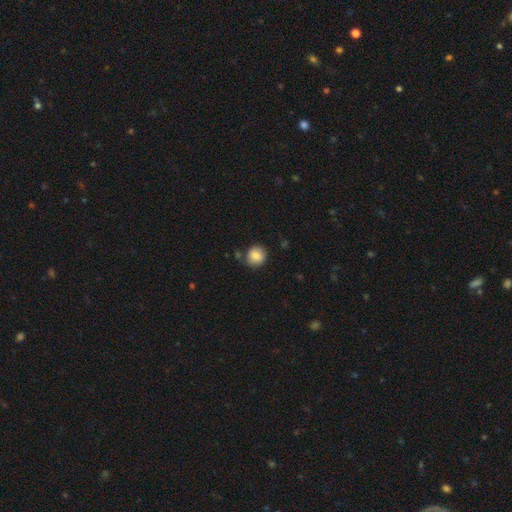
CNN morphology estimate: Overall: smooth (84%). How rounded: round (89%). Merging: none (77%).